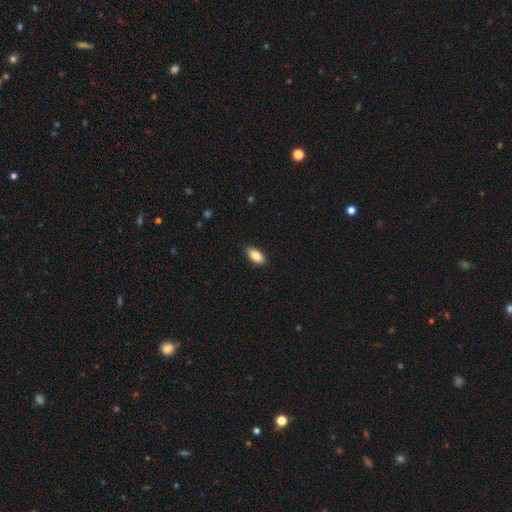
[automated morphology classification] The model was most divided on "merging": none: 87%, minor disturbance: 10%, major disturbance: 2%, merger: 1%. More confident: how rounded — in between (89%); smooth or featured — smooth (86%).